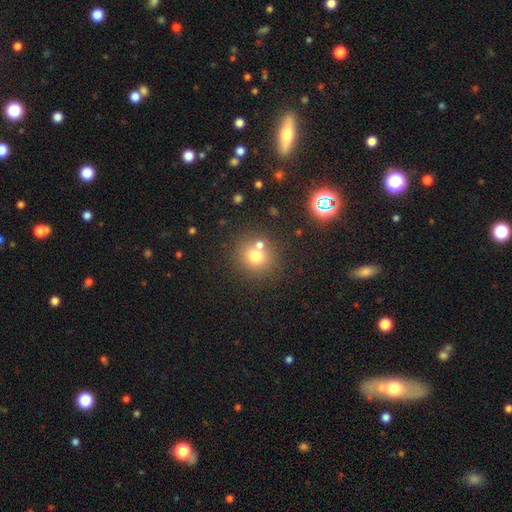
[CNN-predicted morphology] A smooth galaxy with no disk features (71%) that is round (88%). Merging: none (65%).